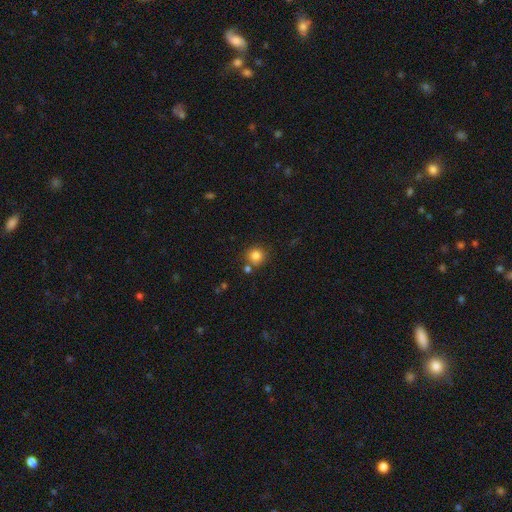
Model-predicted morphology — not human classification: Smooth or featured?
  - smooth: 82% *
  - star or artifact: 11%
  - featured or disk: 7%
How rounded?
  - round: 91% *
  - in between: 8%
  - cigar-shaped: 1%
Merging?
  - none: 75% *
  - merger: 12%
  - minor disturbance: 10%
  - major disturbance: 3%